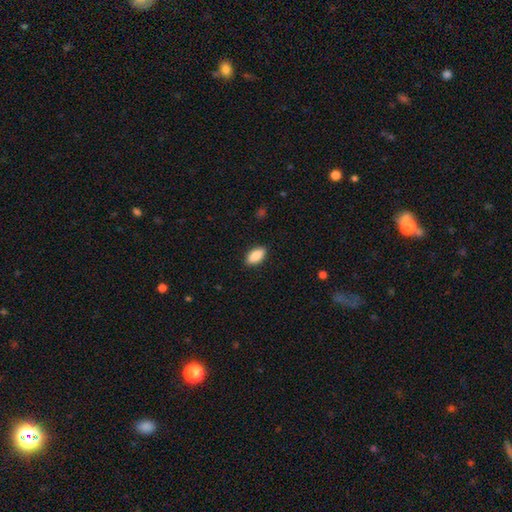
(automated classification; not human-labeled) The model was most divided on "merging": none: 89%, minor disturbance: 8%, major disturbance: 2%, merger: 1%. More confident: how rounded — in between (92%); smooth or featured — smooth (88%).